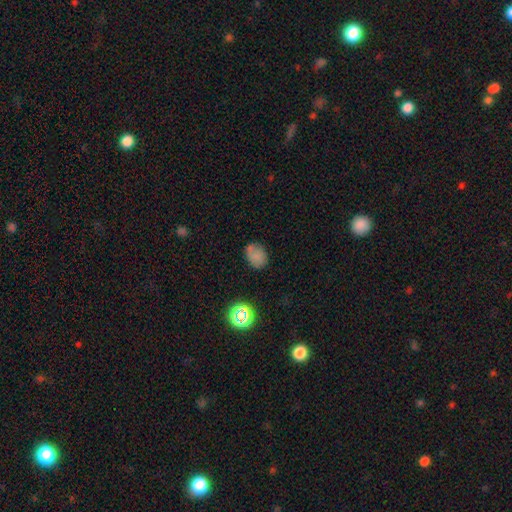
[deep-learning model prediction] Smooth or featured: smooth — 75% (star or artifact — 15%)
How rounded: in between — 63% (round — 36%)
Merging: none — 67% (minor disturbance — 22%)